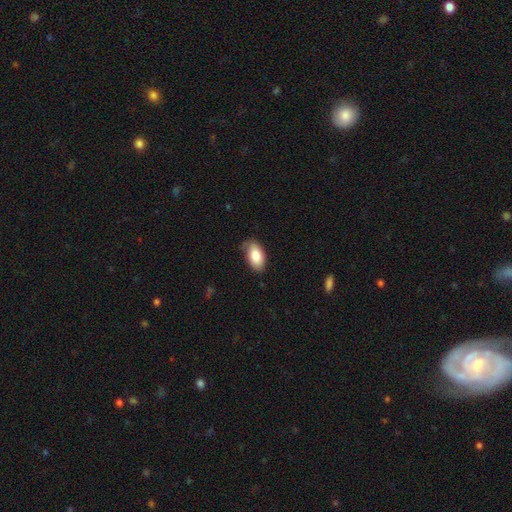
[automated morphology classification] This is clearly a smooth galaxy (81%). How rounded: clearly in between (94%). Merging: likely none (72%).